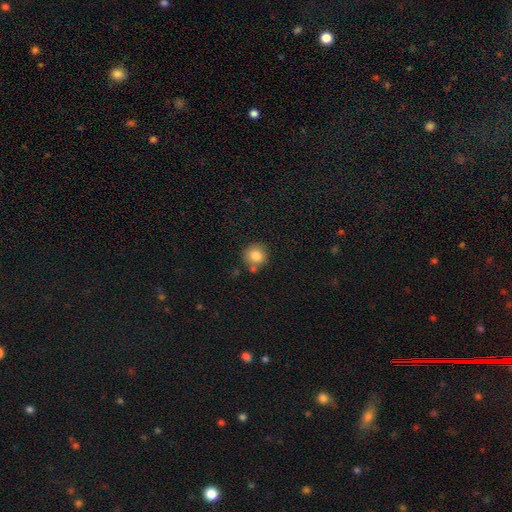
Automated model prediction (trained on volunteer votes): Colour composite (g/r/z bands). It shows a smooth galaxy with no disk features (83%) that is round (89%). Merging: none (73%).